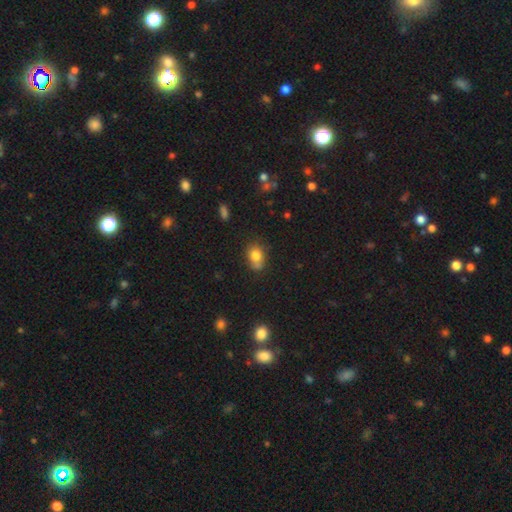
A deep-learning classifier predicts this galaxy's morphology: A smooth galaxy with no disk features (79%) that is in between round and cigar-shaped (62%).

Vote fractions:
- Smooth or featured? smooth: 79% / featured or disk: 11% / star or artifact: 11%
- How rounded? in between: 62% / round: 37% / cigar-shaped: 1%
- Merging? none: 55% / minor disturbance: 25% / merger: 13% / major disturbance: 7%